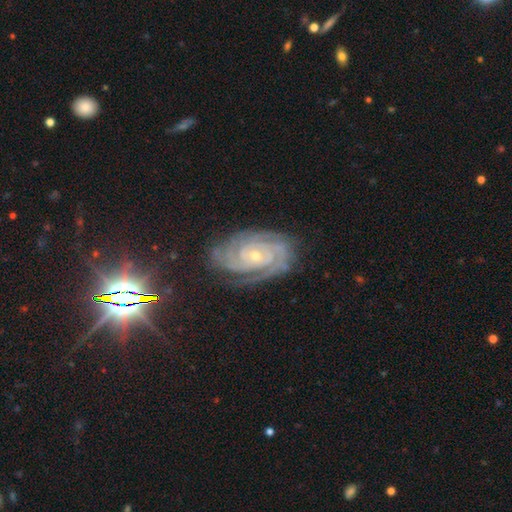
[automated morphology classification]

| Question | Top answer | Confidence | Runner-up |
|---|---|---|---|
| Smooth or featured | featured or disk | 89% | star or artifact (7%) |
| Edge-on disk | no | 97% | yes (3%) |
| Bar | no | 71% | weak (21%) |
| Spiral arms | yes | 98% | no (2%) |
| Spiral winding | tight | 80% | medium (17%) |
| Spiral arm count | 3 | 28% | 2 (23%) |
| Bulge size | small | 74% | moderate (23%) |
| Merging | none | 77% | minor disturbance (17%) |